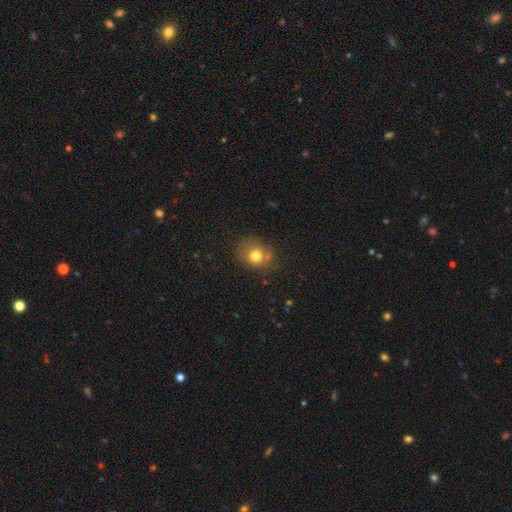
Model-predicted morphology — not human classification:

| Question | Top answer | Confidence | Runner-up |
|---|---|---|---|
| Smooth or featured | smooth | 77% | featured or disk (12%) |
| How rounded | round | 70% | in between (29%) |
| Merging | none | 60% | minor disturbance (23%) |